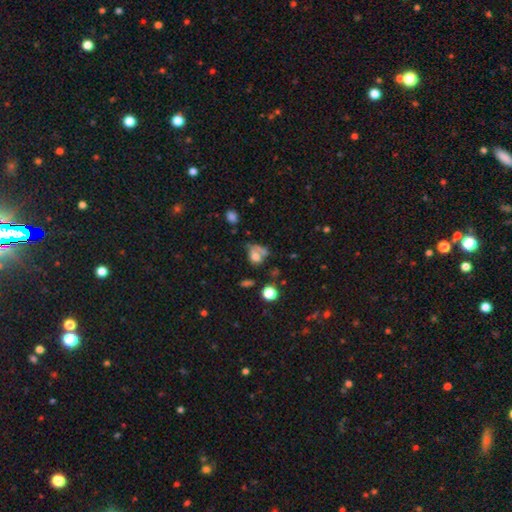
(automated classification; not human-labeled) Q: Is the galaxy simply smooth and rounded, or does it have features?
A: smooth — 64%.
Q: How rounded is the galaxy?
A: in between — 55%.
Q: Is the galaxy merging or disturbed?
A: none — 31%.